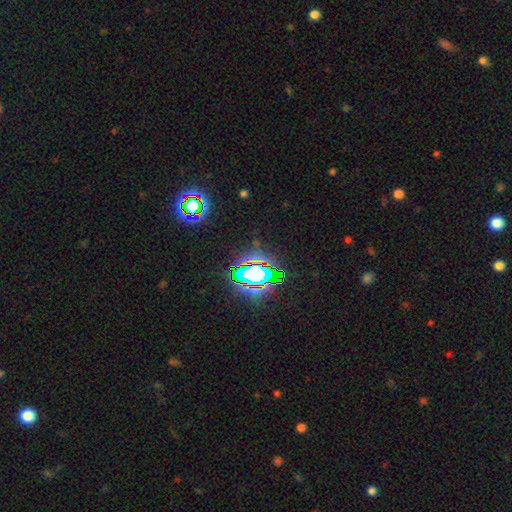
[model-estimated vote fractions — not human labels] Smooth or featured: star or artifact — 82% (smooth — 10%)